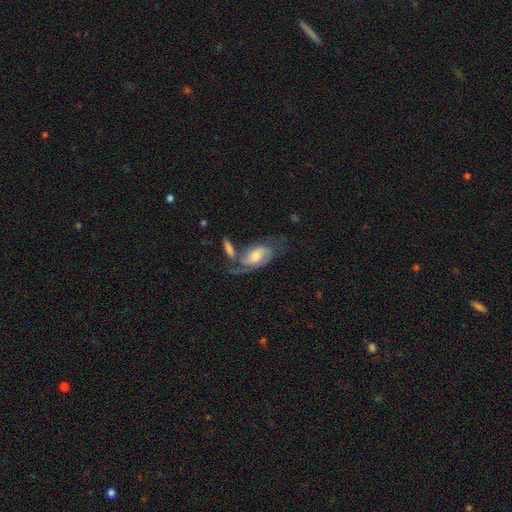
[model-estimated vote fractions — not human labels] Smooth or featured?
  - featured or disk: 76% *
  - smooth: 18%
  - star or artifact: 6%
Edge-on disk?
  - no: 94% *
  - yes: 6%
Bar?
  - no: 49% *
  - weak: 40%
  - strong: 11%
Spiral arms?
  - yes: 93% *
  - no: 7%
Spiral winding?
  - medium: 45% *
  - tight: 29%
  - loose: 26%
Spiral arm count?
  - 2: 71% *
  - 1: 13%
  - can't tell: 10%
  - 3: 3%
  - 4: 1%
  - more than 4: 1%
Bulge size?
  - moderate: 53% *
  - small: 29%
  - large: 12%
  - none: 5%
  - dominant: 2%
Merging?
  - none: 38% *
  - merger: 24%
  - major disturbance: 19%
  - minor disturbance: 18%